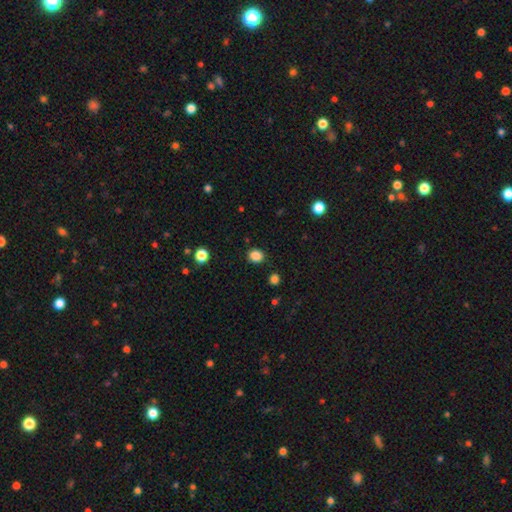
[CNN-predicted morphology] smooth-or-featured: smooth: 86% | star or artifact: 11% | featured or disk: 3%
  how-rounded: round: 71% | in between: 28% | cigar-shaped: 1%
  merging: none: 89% | minor disturbance: 7% | major disturbance: 2% | merger: 2%